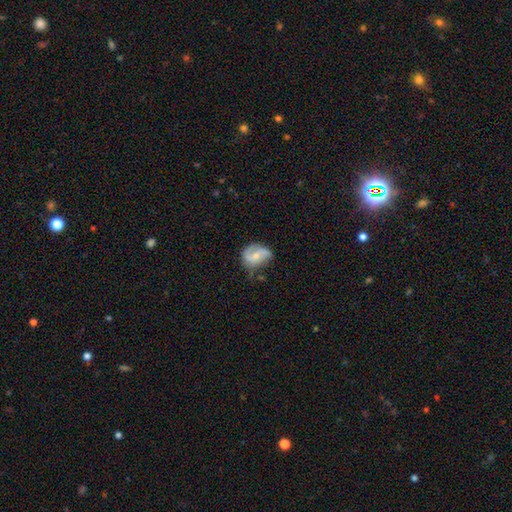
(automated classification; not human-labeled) Overall: featured or disk (65%; smooth 28%). Edge-on disk: no (97%). Bar: no (50%; weak 39%). Spiral arms: yes (88%). Spiral arm count: 2 (78%). Spiral winding: medium (42%; loose 40%). Bulge size: small (48%; moderate 42%). Merging: none (55%; minor disturbance 29%).